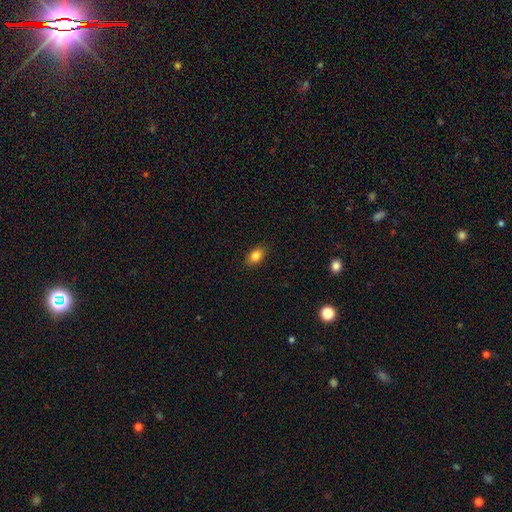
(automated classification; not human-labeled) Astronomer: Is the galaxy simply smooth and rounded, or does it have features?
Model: smooth — 85%.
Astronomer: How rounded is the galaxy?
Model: in between — 85%.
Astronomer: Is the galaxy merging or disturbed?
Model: none — 88%.